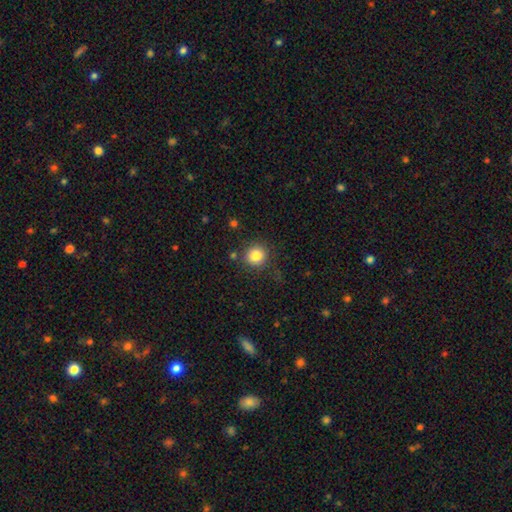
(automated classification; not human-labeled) smooth-or-featured: smooth: 83% | star or artifact: 11% | featured or disk: 6%
  how-rounded: round: 89% | in between: 10% | cigar-shaped: 1%
  merging: none: 82% | minor disturbance: 10% | major disturbance: 4% | merger: 3%